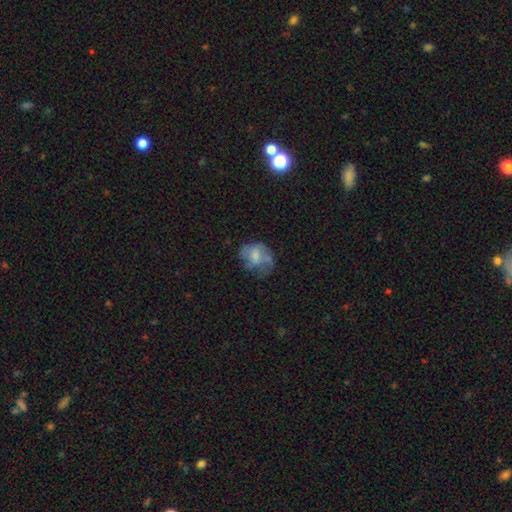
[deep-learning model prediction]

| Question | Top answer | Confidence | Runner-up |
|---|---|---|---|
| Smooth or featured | smooth | 50% | featured or disk (40%) |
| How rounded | in between | 51% | round (47%) |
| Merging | none | 39% | major disturbance (31%) |